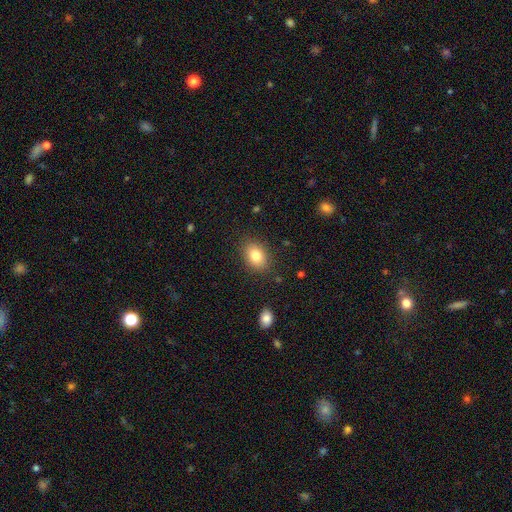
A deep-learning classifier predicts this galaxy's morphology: A smooth galaxy with no disk features (81%) that is in between round and cigar-shaped (76%). Merging: none (85%).